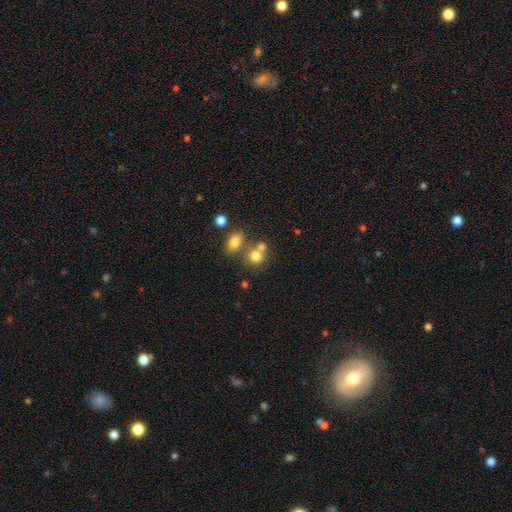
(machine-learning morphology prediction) The model was most divided on "merging": none: 49%, merger: 37%, minor disturbance: 10%, major disturbance: 5%. More confident: smooth or featured — smooth (76%); how rounded — round (76%).